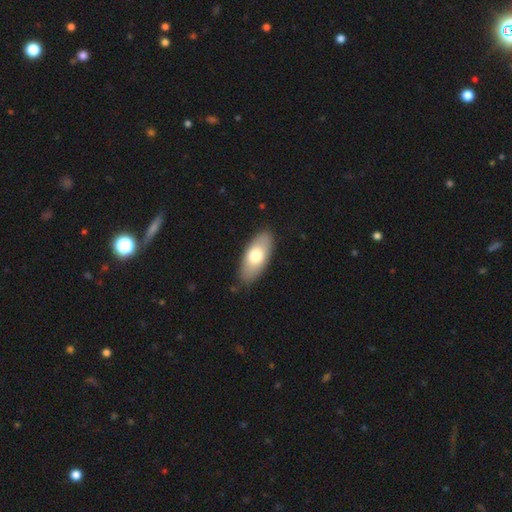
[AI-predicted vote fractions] smooth_or_featured: smooth (p=0.71) [alt: featured or disk p=0.24]
how_rounded: in between (p=0.88) [alt: cigar-shaped p=0.10]
merging: none (p=0.85) [alt: minor disturbance p=0.12]